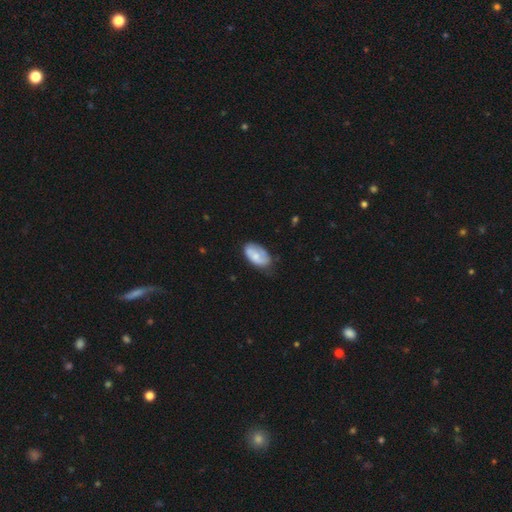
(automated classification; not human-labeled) This appears to be a smooth galaxy with no disk features (66%) that is in between round and cigar-shaped (94%). Merging: none (60%).